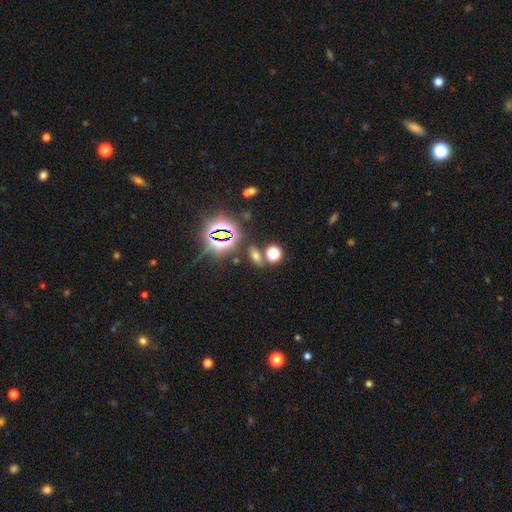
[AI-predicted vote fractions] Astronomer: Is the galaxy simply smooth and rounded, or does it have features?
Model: smooth — 53% (runner-up: star or artifact, 37%).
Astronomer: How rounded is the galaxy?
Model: in between — 71%.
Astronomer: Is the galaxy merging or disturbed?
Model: none — 72%.